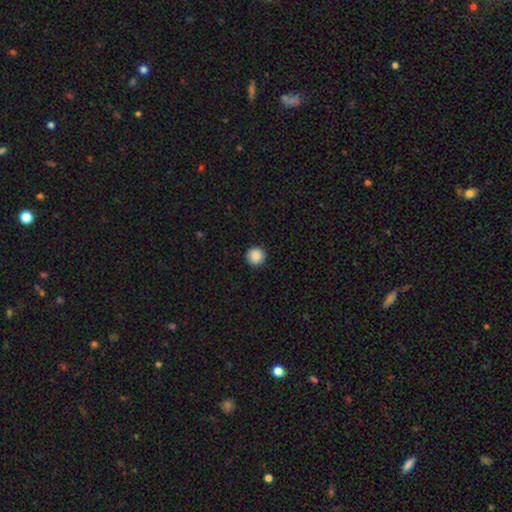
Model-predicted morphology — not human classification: The model was most divided on "smooth or featured": smooth: 89%, star or artifact: 9%, featured or disk: 2%. More confident: how rounded — round (96%); merging — none (93%).